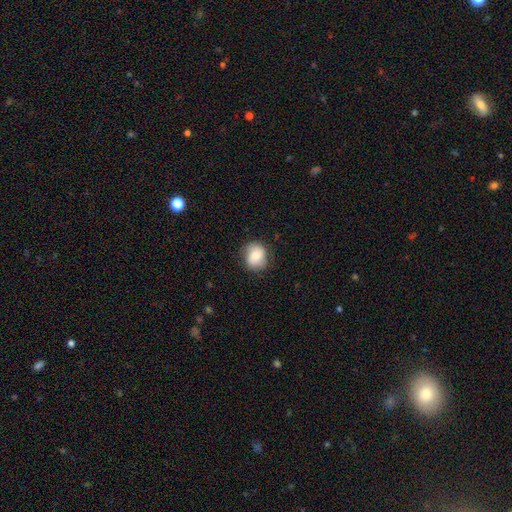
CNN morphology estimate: A smooth galaxy with no disk features (71%) that is round (72%). Merging: none (75%).